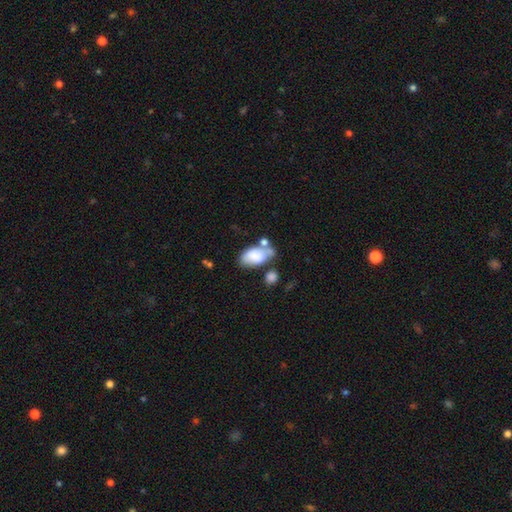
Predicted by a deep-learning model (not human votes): Smooth or featured? Predicted: smooth (p=0.74). How rounded? Predicted: in between (p=0.93). Merging? Predicted: none (p=0.33).